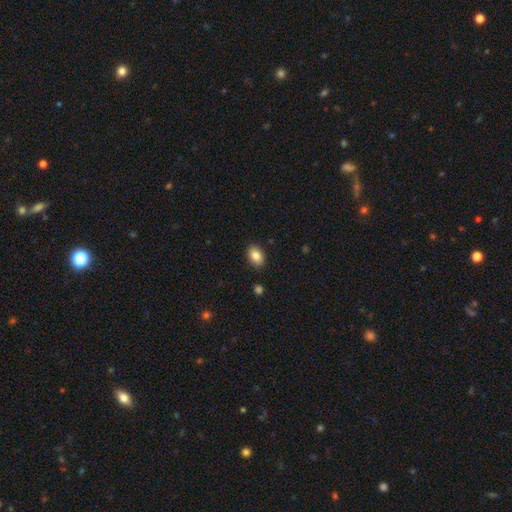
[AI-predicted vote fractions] Morphology: type=smooth (85%); roundness=in between (84%); merging=none (88%).